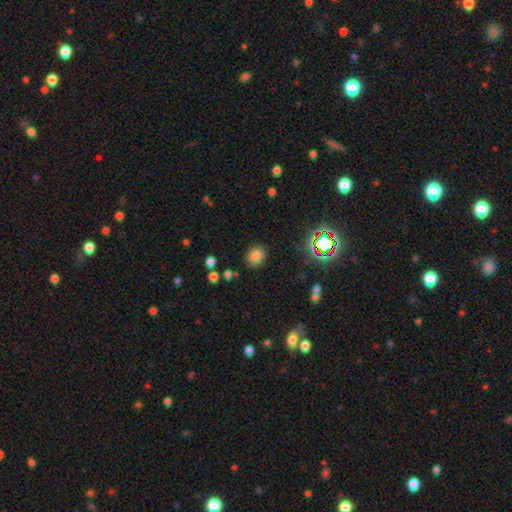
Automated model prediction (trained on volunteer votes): Smooth or featured? smooth (76%)
How rounded? round (60%)
Merging? none (85%)